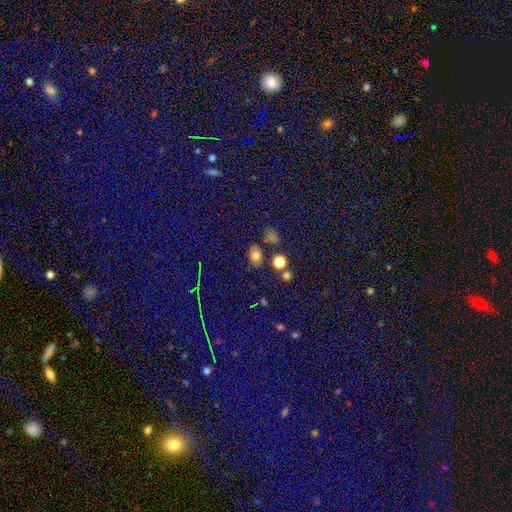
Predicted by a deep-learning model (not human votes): Q: Smooth or featured?
A: smooth (74%); runner-up: star or artifact (16%)
Q: How rounded?
A: in between (67%); runner-up: round (31%)
Q: Merging?
A: none (76%); runner-up: minor disturbance (13%)